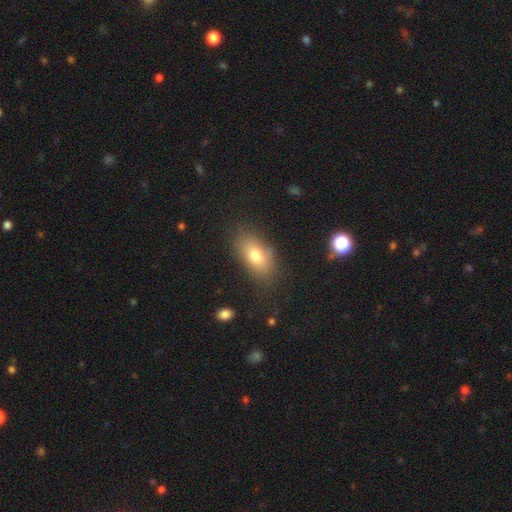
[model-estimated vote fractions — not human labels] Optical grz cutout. It shows a smooth galaxy with no disk features (75%) that is in between round and cigar-shaped (87%). Merging: none (79%).